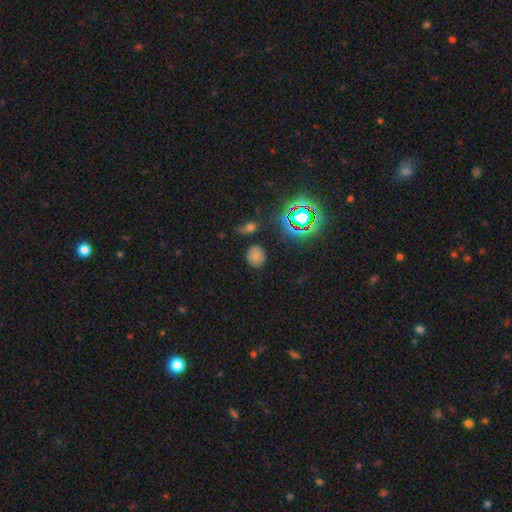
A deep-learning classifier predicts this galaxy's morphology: This is likely a smooth galaxy (68%). How rounded: likely round (78%). Merging: likely none (80%).